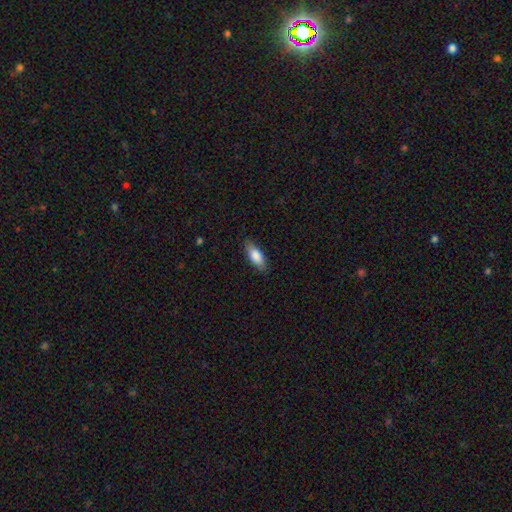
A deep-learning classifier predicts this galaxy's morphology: Q: Smooth or featured?
A: smooth (84%); runner-up: featured or disk (11%)
Q: How rounded?
A: in between (75%); runner-up: cigar-shaped (23%)
Q: Merging?
A: none (85%); runner-up: minor disturbance (12%)